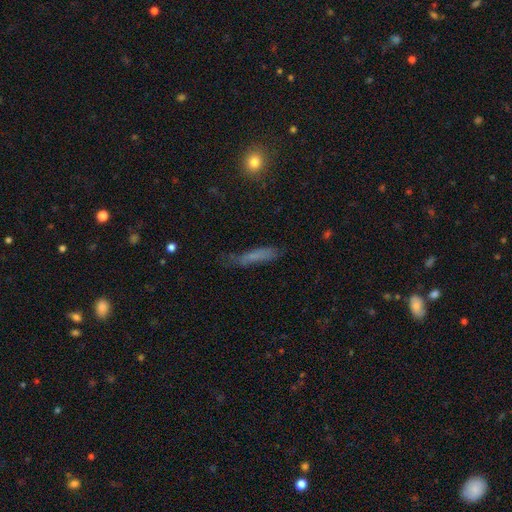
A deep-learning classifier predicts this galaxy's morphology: This appears to be a smooth galaxy with no disk features (65%) that is cigar-shaped (85%). Merging: none (61%).